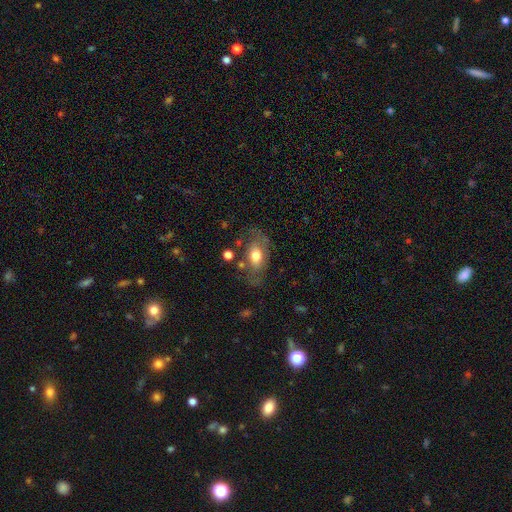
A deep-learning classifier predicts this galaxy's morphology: Smooth or featured?
  - smooth: 53% *
  - featured or disk: 39%
  - star or artifact: 8%
How rounded?
  - in between: 85% *
  - round: 13%
  - cigar-shaped: 3%
Merging?
  - none: 58% *
  - minor disturbance: 23%
  - major disturbance: 14%
  - merger: 5%